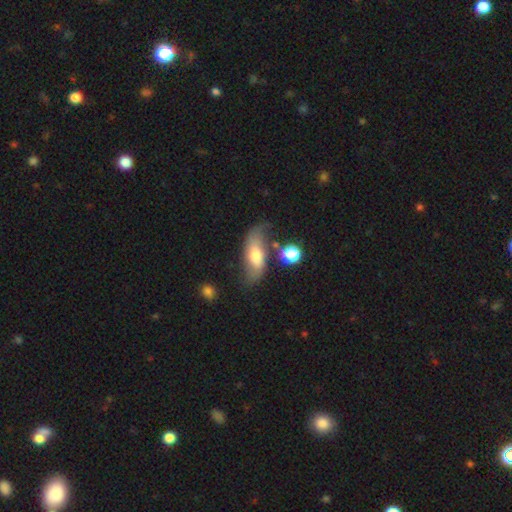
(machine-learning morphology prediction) smooth-or-featured: smooth: 46% (tied) | featured or disk: 46% (tied) | star or artifact: 8%
  merging: none: 54% | minor disturbance: 25% | major disturbance: 13% | merger: 8%